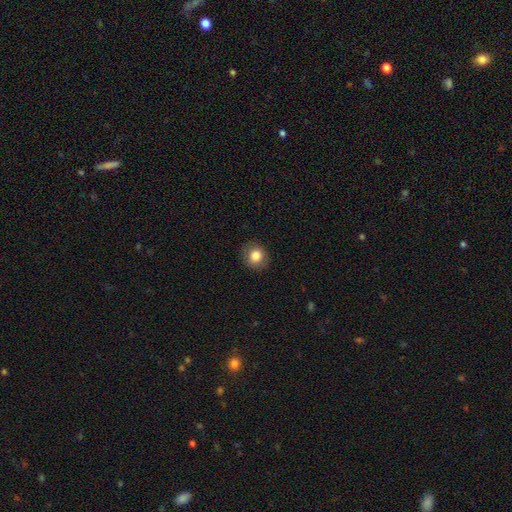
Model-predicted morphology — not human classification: Smooth or featured: smooth — 83% (star or artifact — 9%)
How rounded: round — 79% (in between — 20%)
Merging: none — 87% (minor disturbance — 9%)